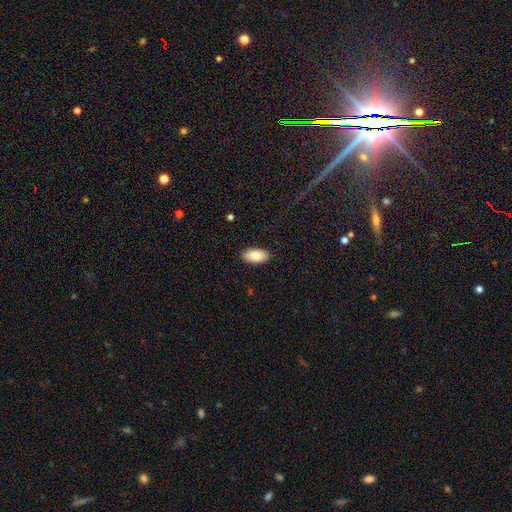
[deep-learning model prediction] Smooth or featured? Predicted: smooth (p=0.84). How rounded? Predicted: in between (p=0.94). Merging? Predicted: none (p=0.89).